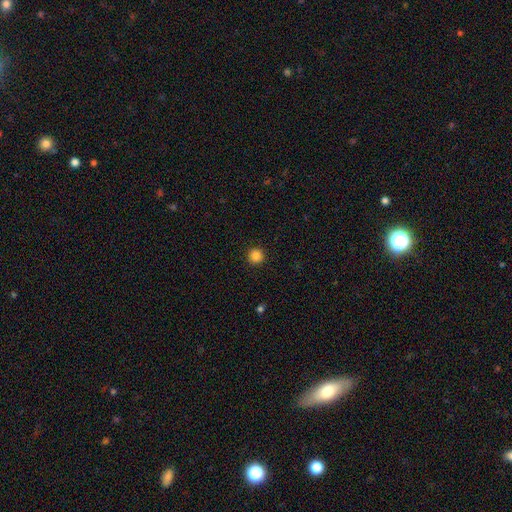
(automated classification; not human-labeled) This is clearly a smooth galaxy (86%). How rounded: clearly round (96%). Merging: clearly none (93%).